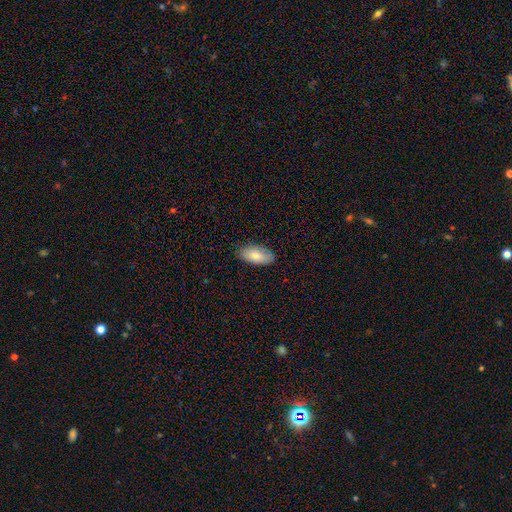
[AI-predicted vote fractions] smooth_or_featured: smooth (p=0.84) [alt: featured or disk p=0.10]
how_rounded: in between (p=0.91) [alt: cigar-shaped p=0.07]
merging: none (p=0.85) [alt: minor disturbance p=0.12]